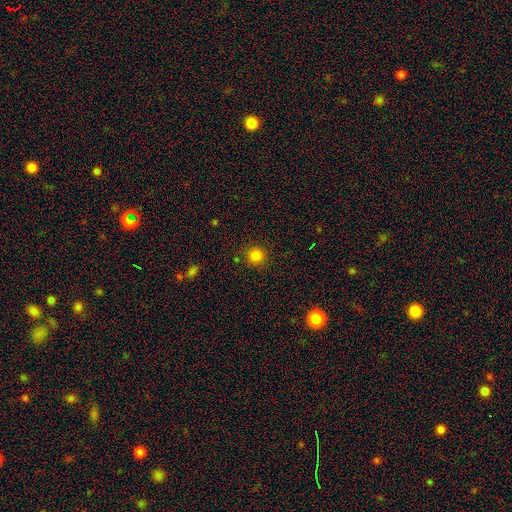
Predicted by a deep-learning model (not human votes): Smooth or featured?
  - smooth: 83% *
  - star or artifact: 12%
  - featured or disk: 4%
How rounded?
  - round: 94% *
  - in between: 5%
  - cigar-shaped: 1%
Merging?
  - none: 88% *
  - minor disturbance: 7%
  - major disturbance: 3%
  - merger: 2%